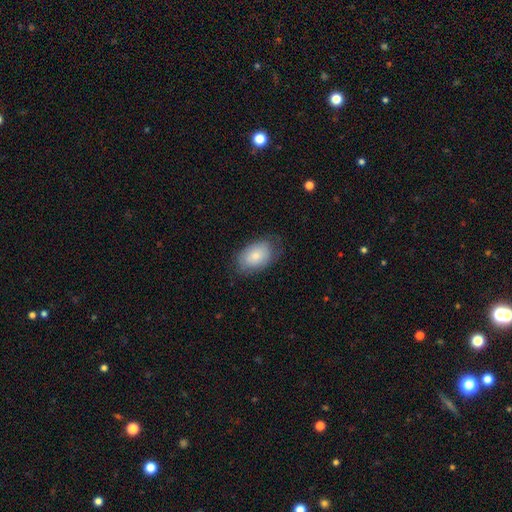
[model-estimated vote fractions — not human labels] smooth_or_featured: smooth (p=0.79) [alt: featured or disk p=0.14]
how_rounded: in between (p=0.89) [alt: round p=0.09]
merging: none (p=0.71) [alt: minor disturbance p=0.22]